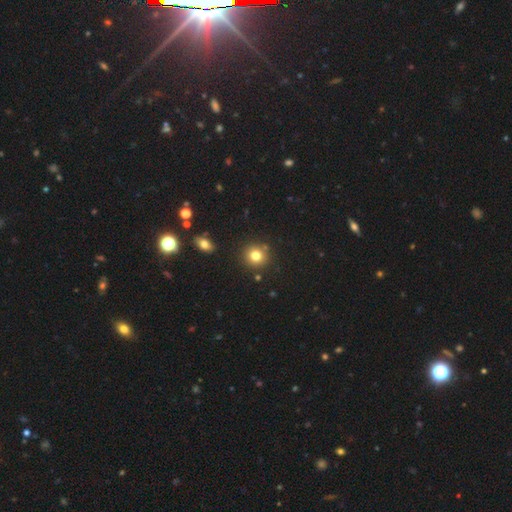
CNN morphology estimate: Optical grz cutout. It shows a smooth galaxy with no disk features (80%) that is round (90%). Merging: none (86%).